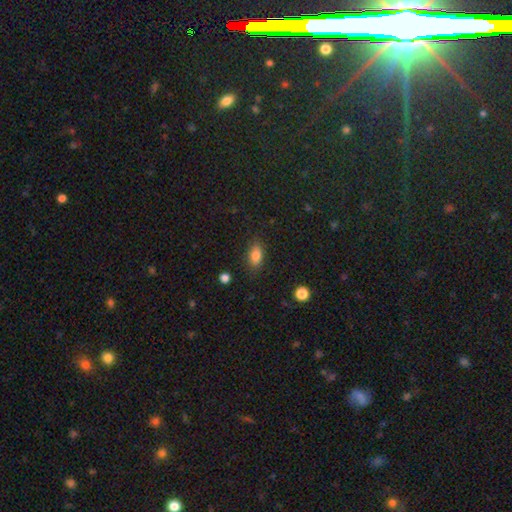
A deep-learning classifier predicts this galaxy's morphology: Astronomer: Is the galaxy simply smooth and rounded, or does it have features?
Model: smooth — 83%.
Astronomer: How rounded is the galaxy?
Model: in between — 85%.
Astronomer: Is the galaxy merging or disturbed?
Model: none — 82%.